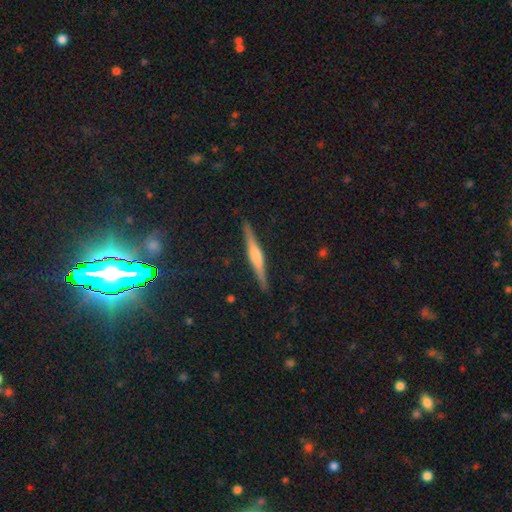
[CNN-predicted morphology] This appears to be a featured or disk galaxy (69%) viewed edge-on (98%) with a rounded central bulge (63%). Merging: none (91%).